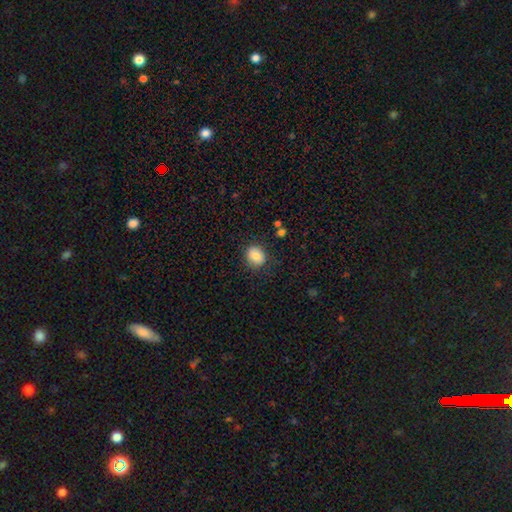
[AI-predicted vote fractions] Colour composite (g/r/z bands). It shows a smooth galaxy with no disk features (82%) that is round (70%). Merging: none (84%).